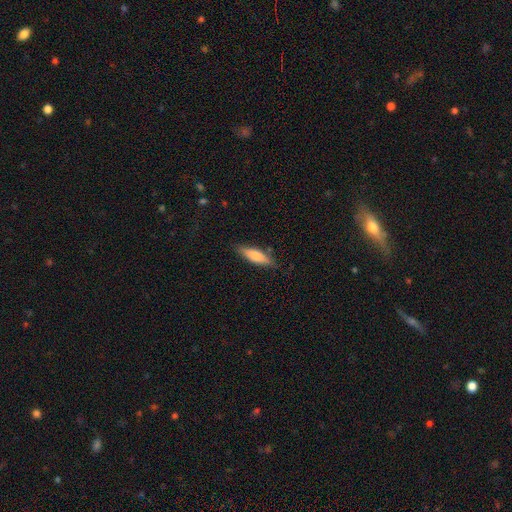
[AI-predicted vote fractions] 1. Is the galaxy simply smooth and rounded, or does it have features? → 71% smooth, 23% featured or disk, 6% star or artifact.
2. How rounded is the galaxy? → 63% cigar-shaped, 35% in between, 2% round.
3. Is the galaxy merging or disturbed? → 83% none, 13% minor disturbance, 3% major disturbance, 2% merger.